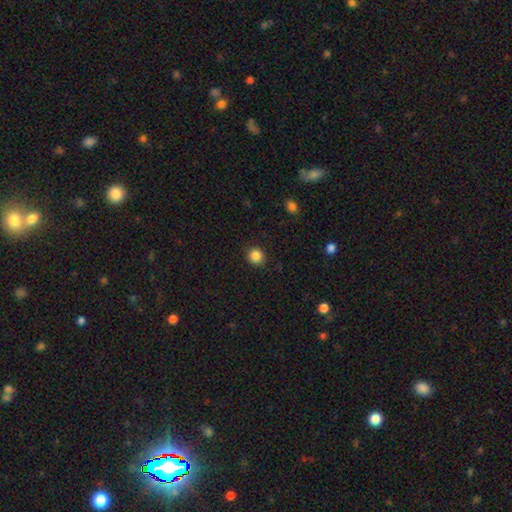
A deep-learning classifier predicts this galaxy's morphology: Q: Smooth or featured?
A: smooth (86%); runner-up: star or artifact (11%)
Q: How rounded?
A: round (87%); runner-up: in between (12%)
Q: Merging?
A: none (90%); runner-up: minor disturbance (7%)